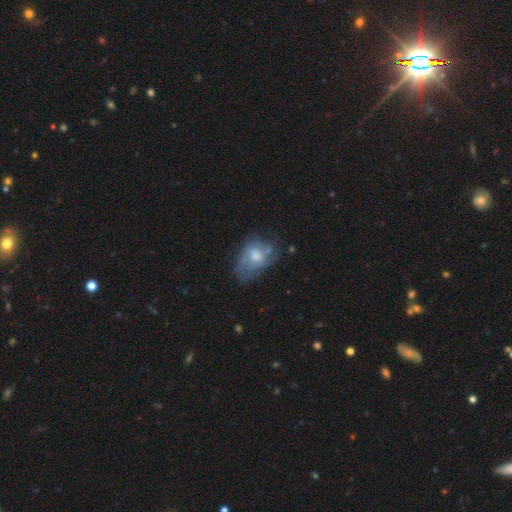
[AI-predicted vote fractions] smooth-or-featured: featured or disk: 49% | smooth: 42% | star or artifact: 9%
  merging: none: 39% | major disturbance: 29% | minor disturbance: 28% | merger: 4%